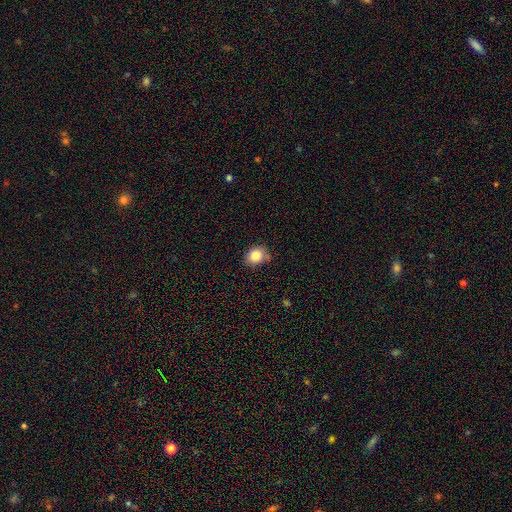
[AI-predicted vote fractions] Smooth or featured?
  - smooth: 83% *
  - star or artifact: 10%
  - featured or disk: 7%
How rounded?
  - round: 61% *
  - in between: 38%
  - cigar-shaped: 1%
Merging?
  - none: 74% *
  - minor disturbance: 19%
  - major disturbance: 3%
  - merger: 3%